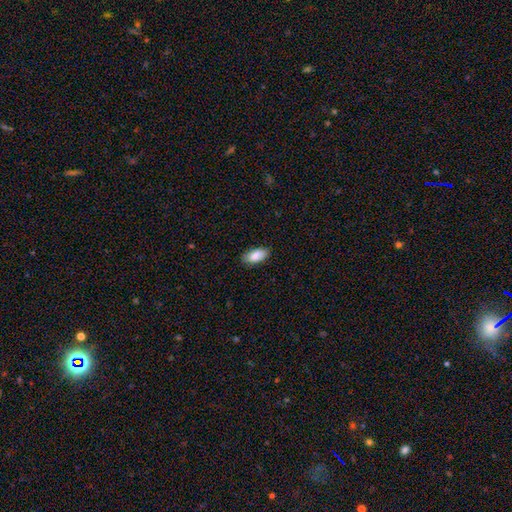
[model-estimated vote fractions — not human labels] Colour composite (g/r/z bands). It shows a smooth galaxy with no disk features (88%) that is in between round and cigar-shaped (91%). Merging: none (85%).